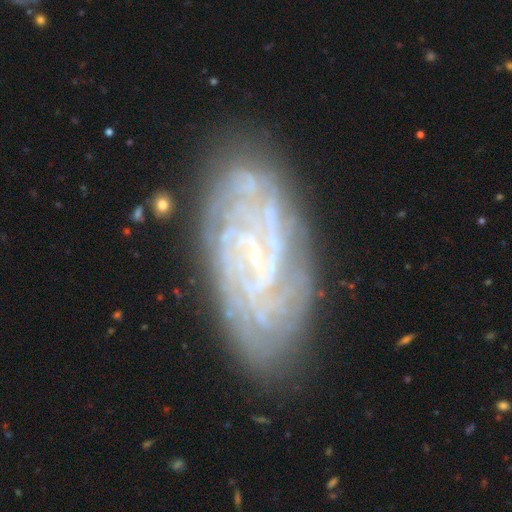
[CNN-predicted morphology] This is clearly a featured or disk galaxy (84%). It is clearly not viewed edge-on (94%). Bar: marginally weak (41%). Spiral arm pattern: clearly yes (95%). Spiral arm count: marginally can't tell (35%). Spiral winding: likely tight (74%). Central bulge: likely small (76%). Merging: likely none (79%).